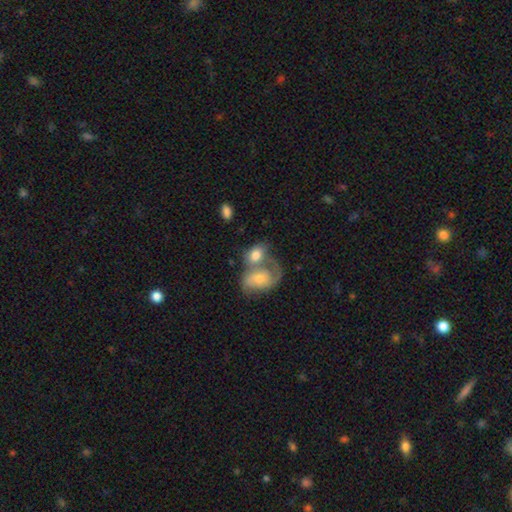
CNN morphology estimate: Smooth or featured: smooth — 54% (featured or disk — 39%)
How rounded: in between — 74% (round — 24%)
Merging: merger — 64% (none — 20%)